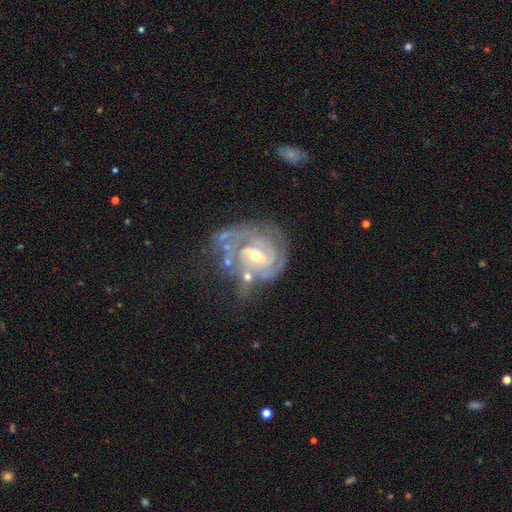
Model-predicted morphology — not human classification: smooth-or-featured: featured or disk: 87% | smooth: 7% | star or artifact: 6%
  disk-edge-on: no: 97% | yes: 3%
    bar: weak: 52% | strong: 25% | no: 23%
    has-spiral-arms: yes: 94% | no: 6%
      spiral-winding: tight: 64% | medium: 29% | loose: 7%
      spiral-arm-count: 2: 36% | can't tell: 26% | 3: 21% | 4: 6% | 1: 6% | more than 4: 4%
    bulge-size: moderate: 53% | small: 43% | large: 2% | none: 1% | dominant: 1%
  merging: none: 46% | minor disturbance: 22% | major disturbance: 19% | merger: 13%